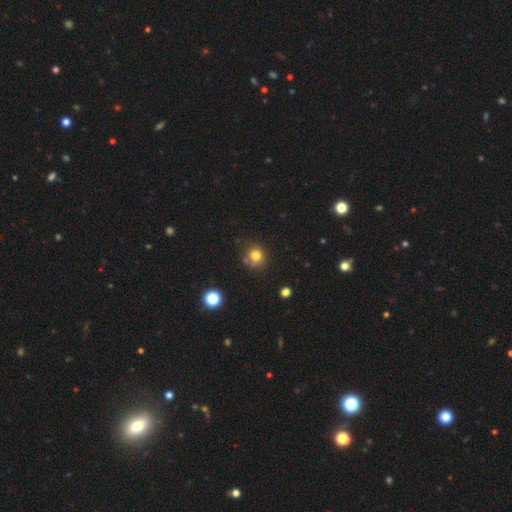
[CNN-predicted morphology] This appears to be a smooth galaxy with no disk features (78%) that is round (87%). Merging: none (74%).